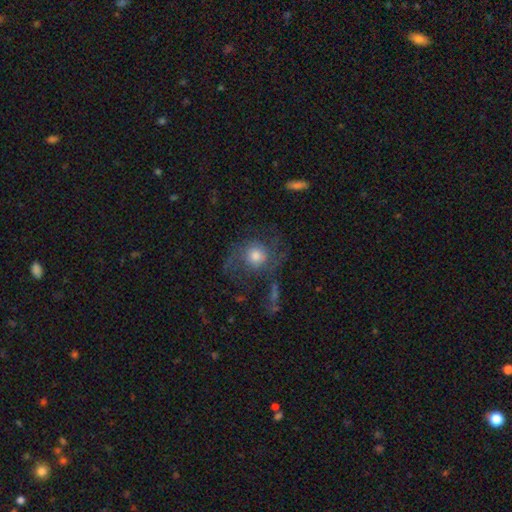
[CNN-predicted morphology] Smooth or featured? Predicted: featured or disk (p=0.58). Edge-on disk? Predicted: no (p=0.96). Bar? Predicted: no (p=0.77). Spiral arms? Predicted: yes (p=0.85). Bulge size? Predicted: moderate (p=0.57). Merging? Predicted: none (p=0.55).